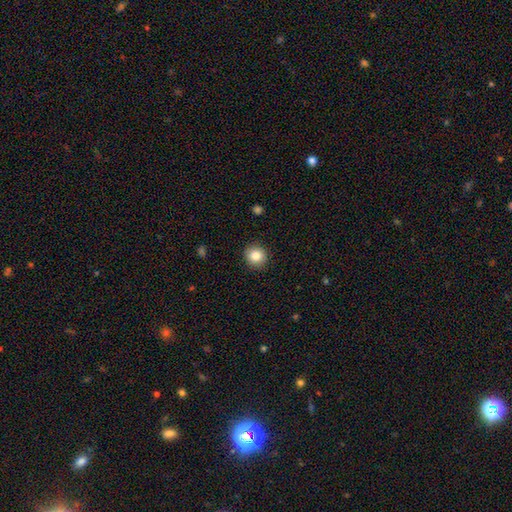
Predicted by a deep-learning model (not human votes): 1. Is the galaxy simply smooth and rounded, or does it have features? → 85% smooth, 9% star or artifact, 6% featured or disk.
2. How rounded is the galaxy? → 91% round, 9% in between, 1% cigar-shaped.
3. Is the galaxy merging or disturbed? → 91% none, 6% minor disturbance, 2% major disturbance, 1% merger.